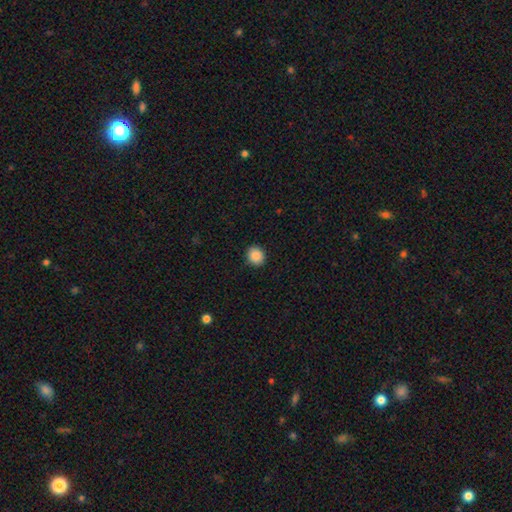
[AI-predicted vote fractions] Morphology: type=smooth (88%); roundness=round (74%); merging=none (91%).